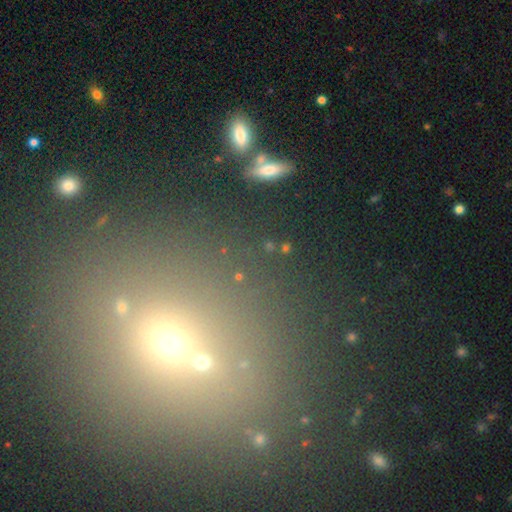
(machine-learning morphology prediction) smooth_or_featured: smooth (p=0.43) [tied with: star or artifact p=0.43]
merging: none (p=0.78) [alt: minor disturbance p=0.09]